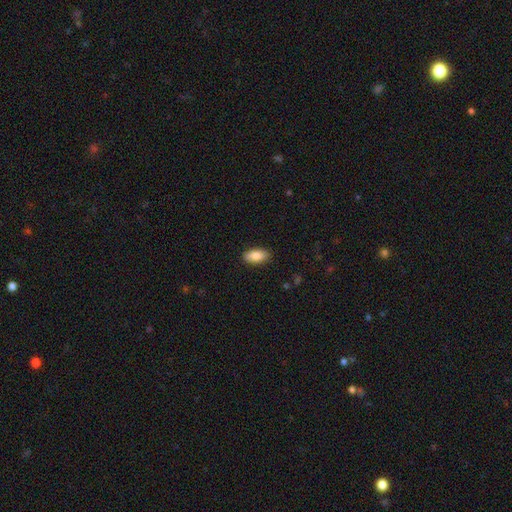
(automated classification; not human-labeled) Smooth or featured: smooth — 88% (star or artifact — 7%)
How rounded: in between — 92% (cigar-shaped — 5%)
Merging: none — 88% (minor disturbance — 9%)